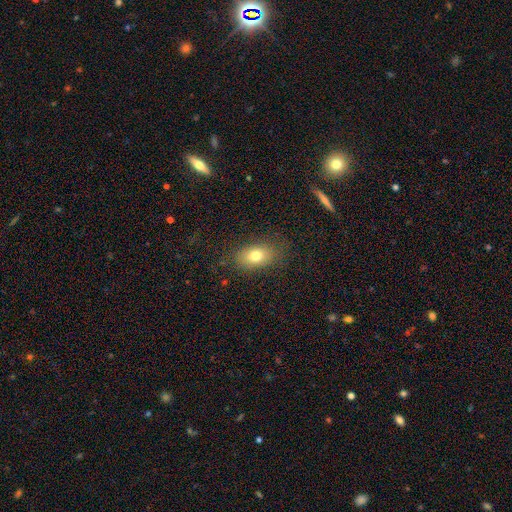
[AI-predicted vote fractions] smooth-or-featured: smooth: 76% | featured or disk: 14% | star or artifact: 11%
  how-rounded: in between: 83% | round: 14% | cigar-shaped: 2%
  merging: none: 80% | minor disturbance: 13% | major disturbance: 5% | merger: 1%